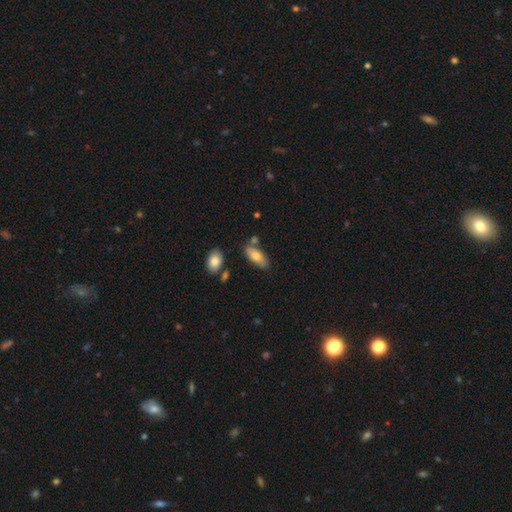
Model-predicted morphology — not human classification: Smooth or featured? smooth (72%)
How rounded? in between (84%)
Merging? none (69%)